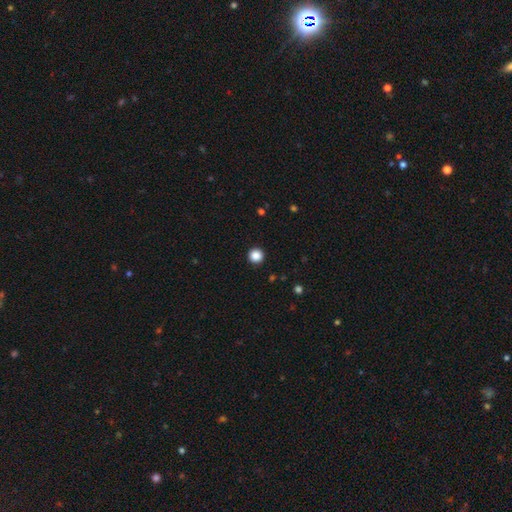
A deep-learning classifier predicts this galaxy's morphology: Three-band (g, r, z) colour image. It shows a smooth galaxy with no disk features (87%) that is round (96%). Merging: none (93%).